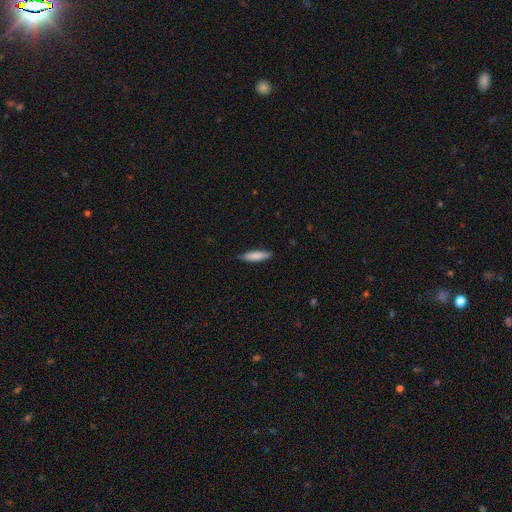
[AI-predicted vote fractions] Overall: smooth (83%). How rounded: cigar-shaped (75%). Merging: none (85%).